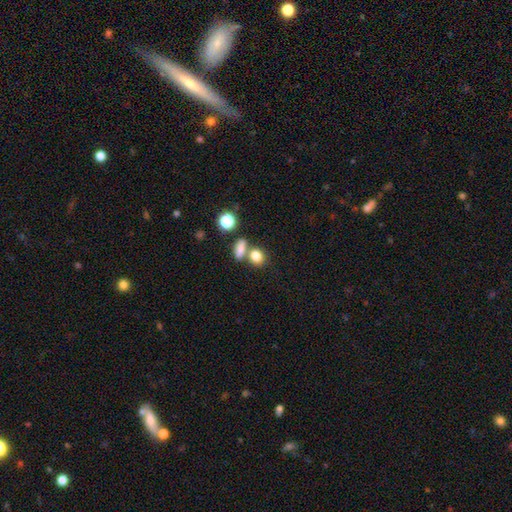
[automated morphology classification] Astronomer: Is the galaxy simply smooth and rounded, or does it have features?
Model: smooth — 80%.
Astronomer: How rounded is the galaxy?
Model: round — 62%.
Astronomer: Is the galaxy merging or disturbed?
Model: none — 54% (runner-up: merger, 32%).